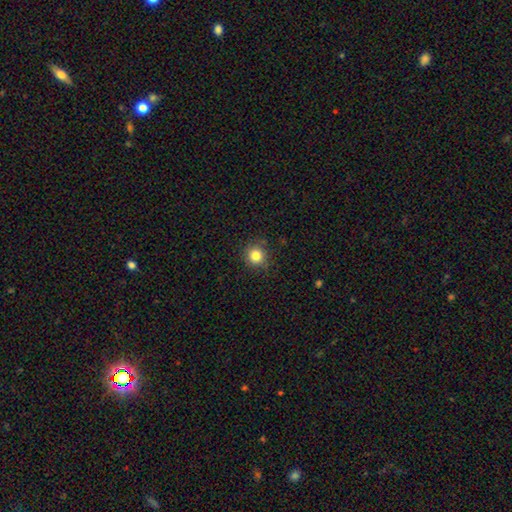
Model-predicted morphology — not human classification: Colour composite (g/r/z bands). It shows a smooth galaxy with no disk features (82%) that is round (93%). Merging: none (85%).